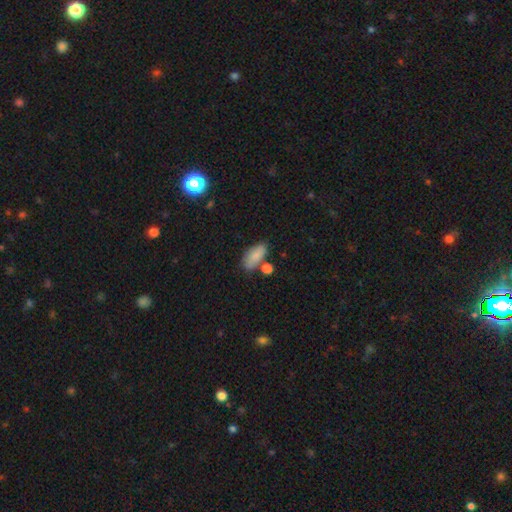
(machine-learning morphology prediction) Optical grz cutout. It shows a smooth galaxy with no disk features (83%) that is in between round and cigar-shaped (89%). Merging: none (63%).